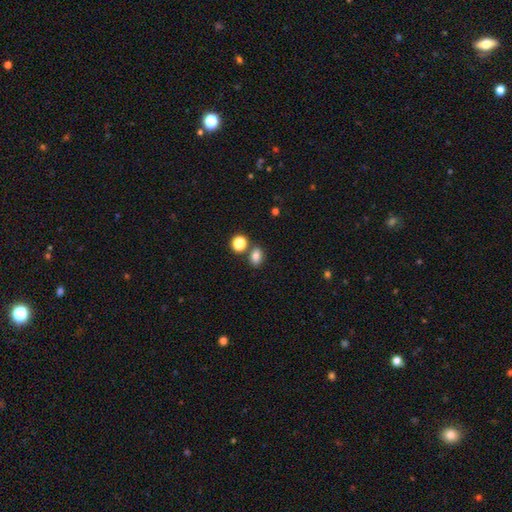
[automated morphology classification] Smooth or featured? Predicted: smooth (p=0.81). How rounded? Predicted: in between (p=0.69). Merging? Predicted: none (p=0.67).